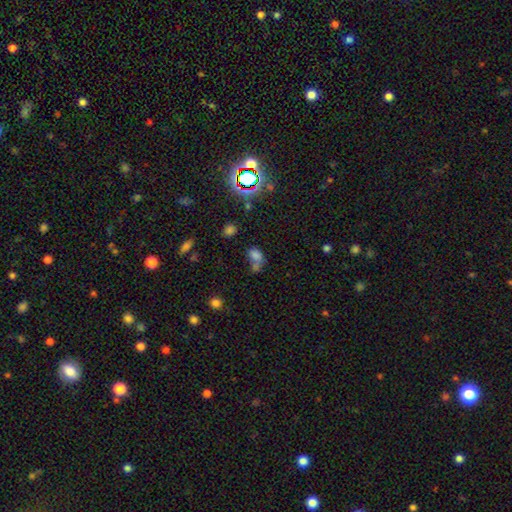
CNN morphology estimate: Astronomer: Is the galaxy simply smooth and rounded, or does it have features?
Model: smooth — 67%.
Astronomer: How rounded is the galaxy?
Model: in between — 75%.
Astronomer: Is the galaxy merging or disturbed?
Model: merger — 45% (runner-up: none, 28%).